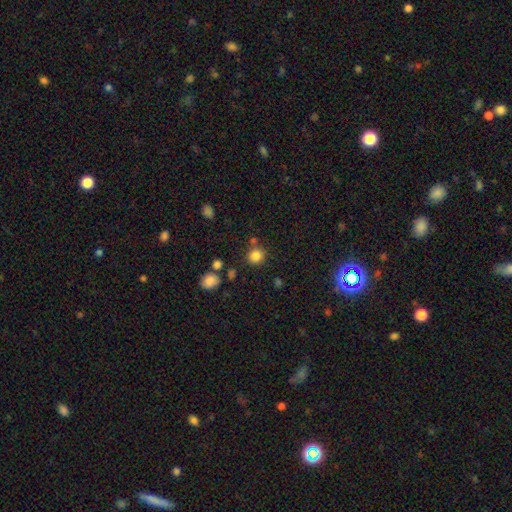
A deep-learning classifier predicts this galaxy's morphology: Smooth or featured: smooth — 83% (star or artifact — 12%)
How rounded: round — 88% (in between — 11%)
Merging: none — 77% (minor disturbance — 10%)